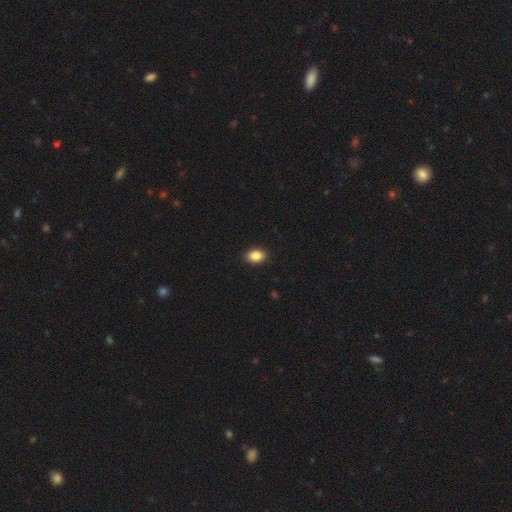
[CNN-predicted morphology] This appears to be a smooth galaxy with no disk features (87%) that is in between round and cigar-shaped (77%). Merging: none (91%).